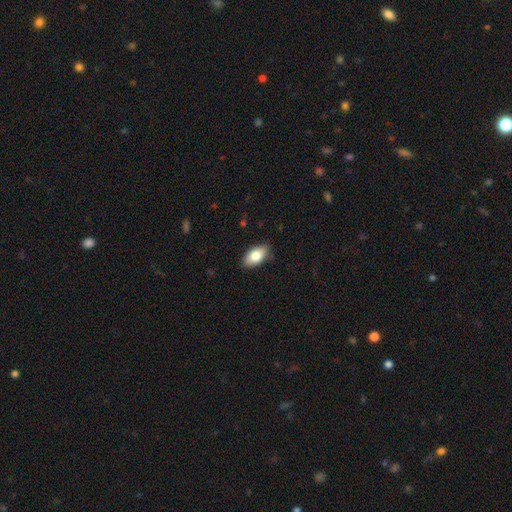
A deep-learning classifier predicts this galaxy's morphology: Smooth or featured? Predicted: smooth (p=0.82). How rounded? Predicted: in between (p=0.93). Merging? Predicted: none (p=0.85).